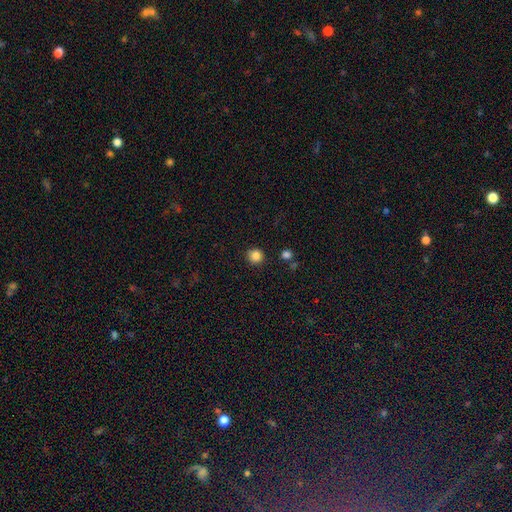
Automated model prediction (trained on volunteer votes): Smooth or featured? smooth (85%)
How rounded? round (93%)
Merging? none (90%)